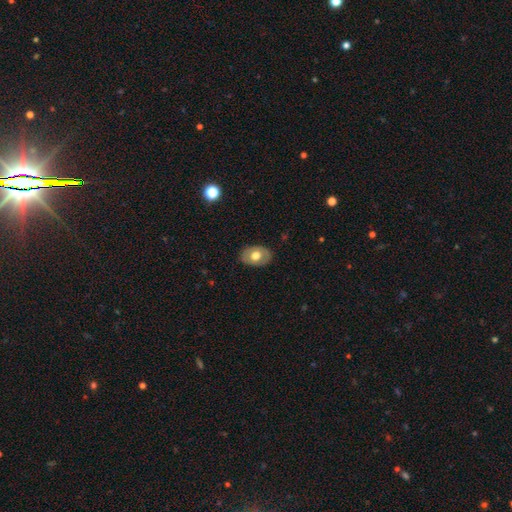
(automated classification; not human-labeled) This appears to be a smooth galaxy with no disk features (57%) that is in between round and cigar-shaped (78%). Merging: none (84%).